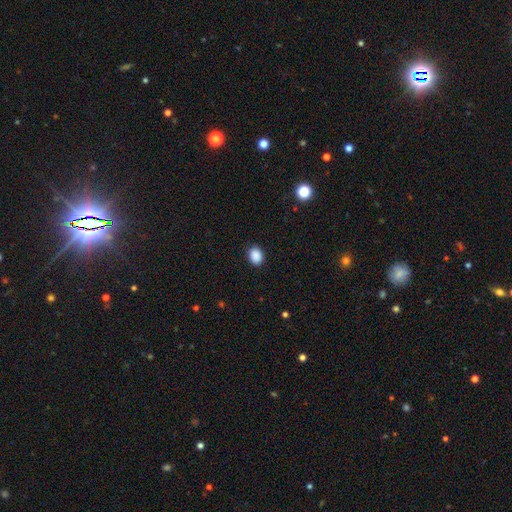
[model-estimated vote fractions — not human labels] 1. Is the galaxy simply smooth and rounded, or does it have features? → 89% smooth, 9% star or artifact, 2% featured or disk.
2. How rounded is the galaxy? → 56% in between, 43% round, 1% cigar-shaped.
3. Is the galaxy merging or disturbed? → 88% none, 9% minor disturbance, 2% major disturbance, 1% merger.